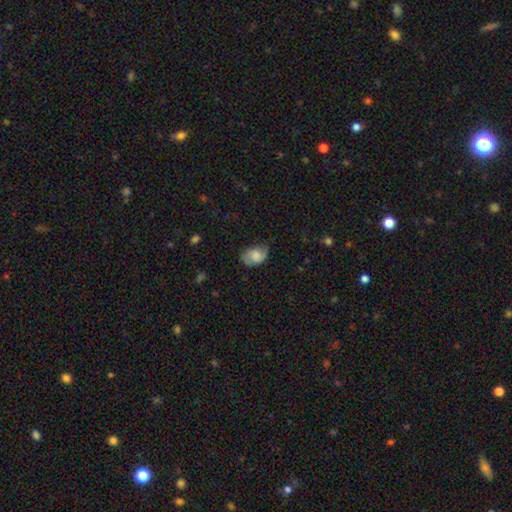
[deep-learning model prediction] Overall: smooth (62%; featured or disk 30%). How rounded: in between (82%). Merging: none (53%; minor disturbance 33%).